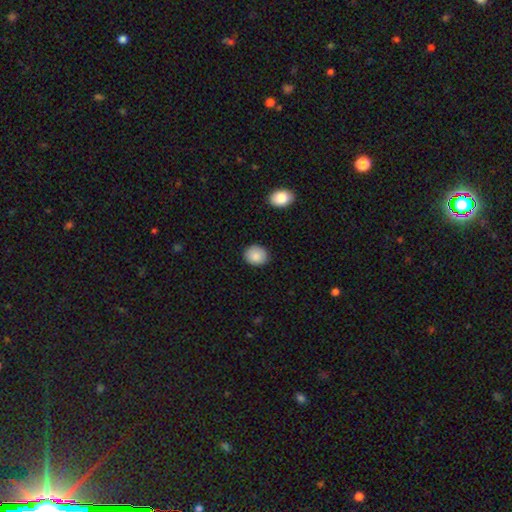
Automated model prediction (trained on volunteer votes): This is clearly a smooth galaxy (88%). How rounded: likely round (68%). Merging: clearly none (88%).